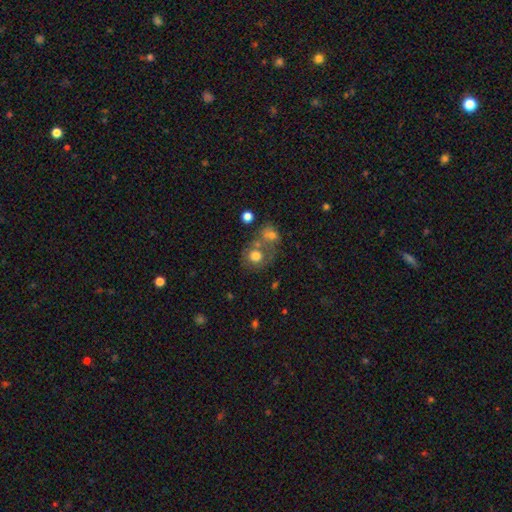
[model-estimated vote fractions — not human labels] Q: Smooth or featured?
A: smooth (69%); runner-up: featured or disk (21%)
Q: How rounded?
A: round (77%); runner-up: in between (22%)
Q: Merging?
A: merger (40%); runner-up: none (37%)